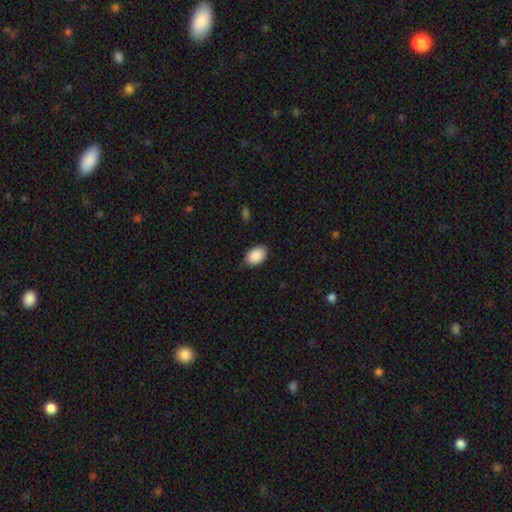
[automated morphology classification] This appears to be a smooth galaxy with no disk features (90%) that is in between round and cigar-shaped (85%). Merging: none (81%).